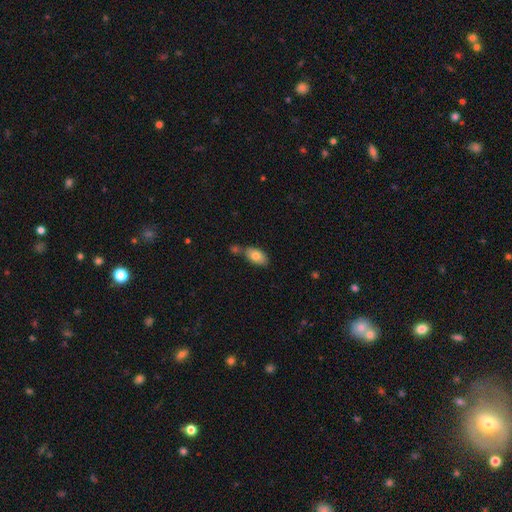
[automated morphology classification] Overall: smooth (77%). How rounded: in between (91%). Merging: none (58%; merger 23%).